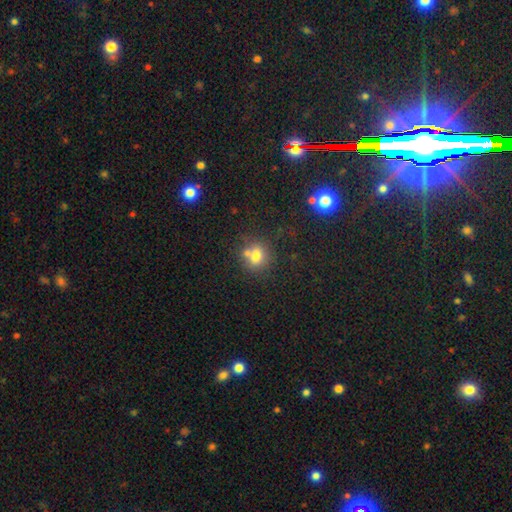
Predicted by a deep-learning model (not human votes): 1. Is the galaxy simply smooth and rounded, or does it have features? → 73% smooth, 14% star or artifact, 13% featured or disk.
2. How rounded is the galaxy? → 74% round, 25% in between, 1% cigar-shaped.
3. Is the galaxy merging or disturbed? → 57% none, 27% merger, 12% minor disturbance, 4% major disturbance.